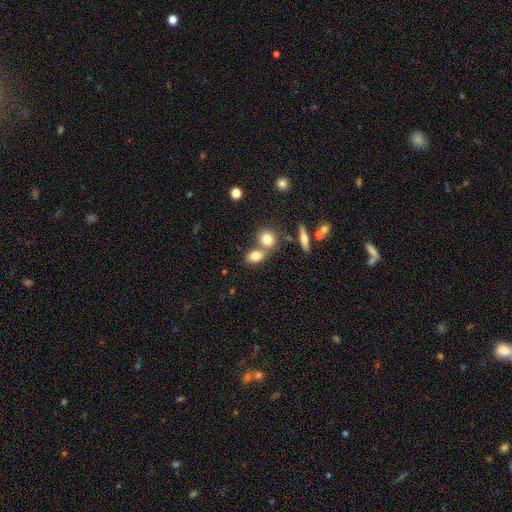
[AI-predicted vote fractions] A smooth galaxy with no disk features (78%) that is in between round and cigar-shaped (65%).

Vote fractions:
- Smooth or featured? smooth: 78% / featured or disk: 12% / star or artifact: 10%
- How rounded? in between: 65% / round: 32% / cigar-shaped: 3%
- Merging? none: 44% / merger: 43% / minor disturbance: 9% / major disturbance: 3%